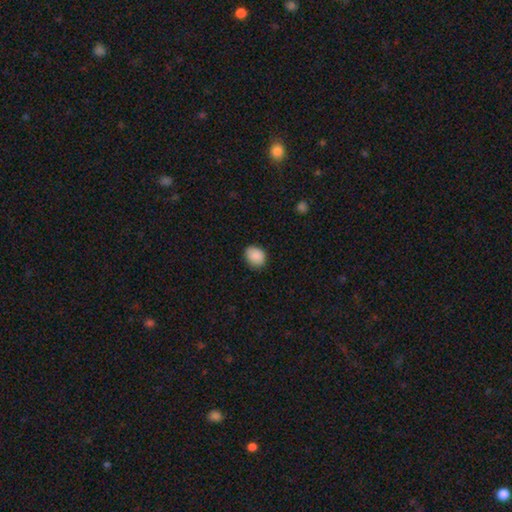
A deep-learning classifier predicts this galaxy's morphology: This appears to be a smooth galaxy with no disk features (89%) that is round (54%). Merging: none (83%).